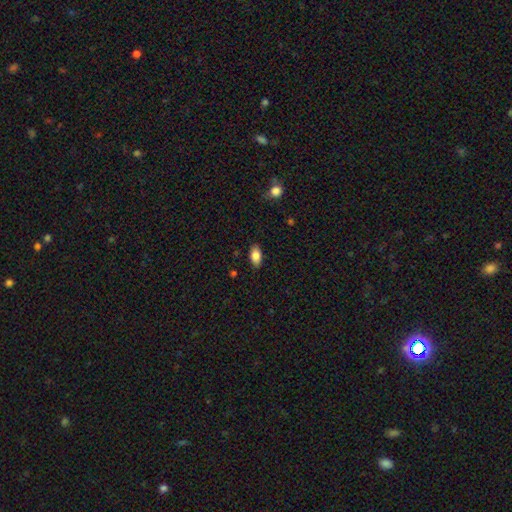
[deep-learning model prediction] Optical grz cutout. It shows a smooth galaxy with no disk features (83%) that is in between round and cigar-shaped (91%). Merging: none (86%).